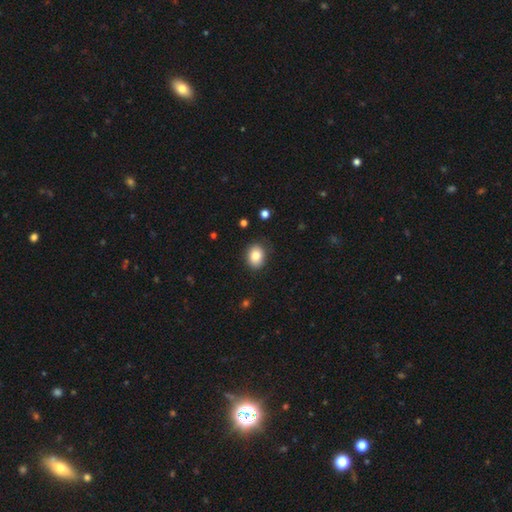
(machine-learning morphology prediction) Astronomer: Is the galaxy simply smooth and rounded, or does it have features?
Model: smooth — 84%.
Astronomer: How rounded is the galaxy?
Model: in between — 56% (runner-up: round, 43%).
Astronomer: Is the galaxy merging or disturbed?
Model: none — 83%.